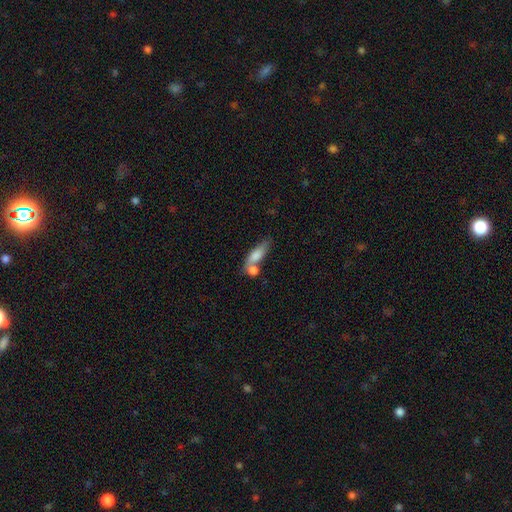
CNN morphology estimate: A smooth galaxy with no disk features (74%) that is in between round and cigar-shaped (52%). Merging: merger (40%).